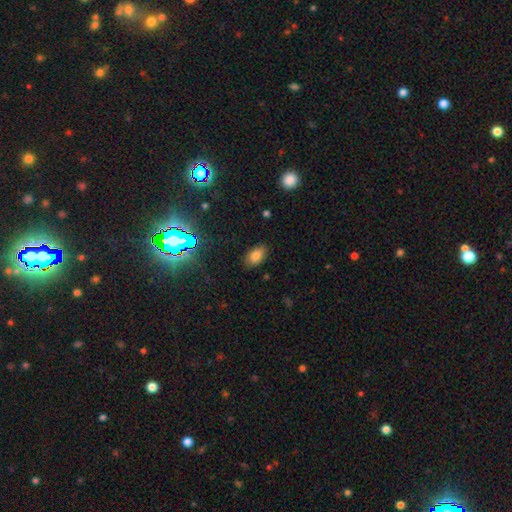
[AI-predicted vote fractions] The model was most divided on "smooth or featured": smooth: 77%, star or artifact: 16%, featured or disk: 7%. More confident: how rounded — in between (91%); merging — none (83%).